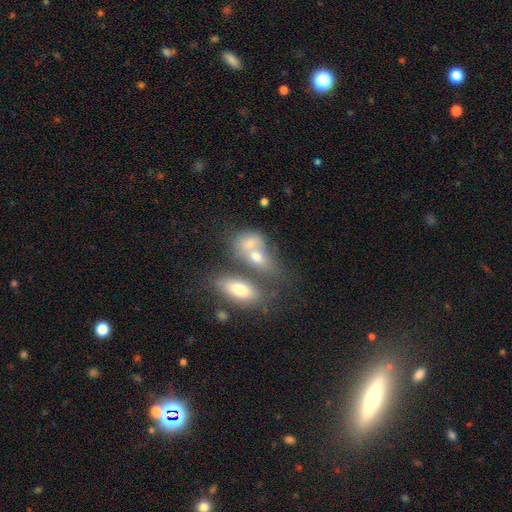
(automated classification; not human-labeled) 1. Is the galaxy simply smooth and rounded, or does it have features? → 63% smooth, 26% featured or disk, 11% star or artifact.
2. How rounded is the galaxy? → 79% in between, 14% round, 7% cigar-shaped.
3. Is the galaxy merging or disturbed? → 59% merger, 24% none, 10% minor disturbance, 7% major disturbance.